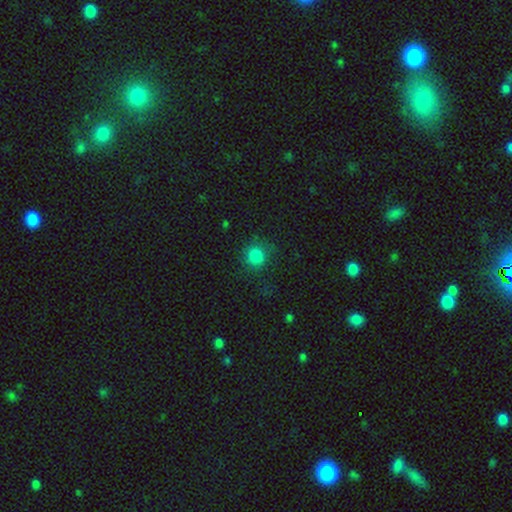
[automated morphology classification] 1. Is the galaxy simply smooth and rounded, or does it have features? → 83% smooth, 12% star or artifact, 5% featured or disk.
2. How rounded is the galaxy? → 86% round, 13% in between, 1% cigar-shaped.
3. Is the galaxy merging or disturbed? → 74% none, 15% minor disturbance, 9% major disturbance, 2% merger.